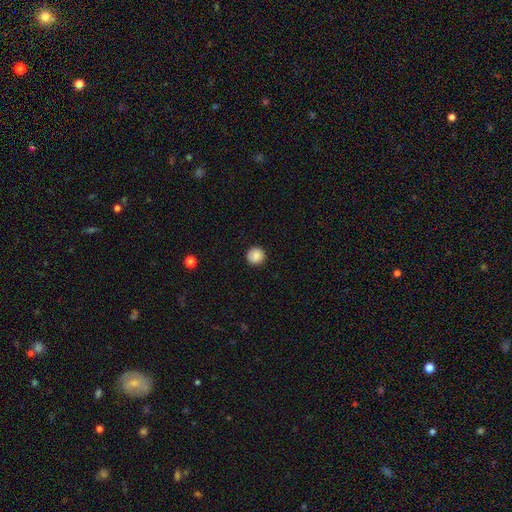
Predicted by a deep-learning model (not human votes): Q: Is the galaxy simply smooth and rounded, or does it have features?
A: smooth — 87%.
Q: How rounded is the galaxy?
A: round — 94%.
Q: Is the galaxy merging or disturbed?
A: none — 90%.